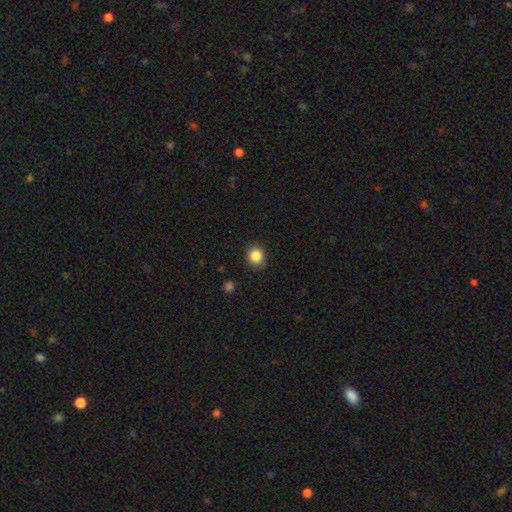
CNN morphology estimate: Smooth or featured: smooth — 86% (star or artifact — 10%)
How rounded: round — 86% (in between — 13%)
Merging: none — 88% (minor disturbance — 9%)